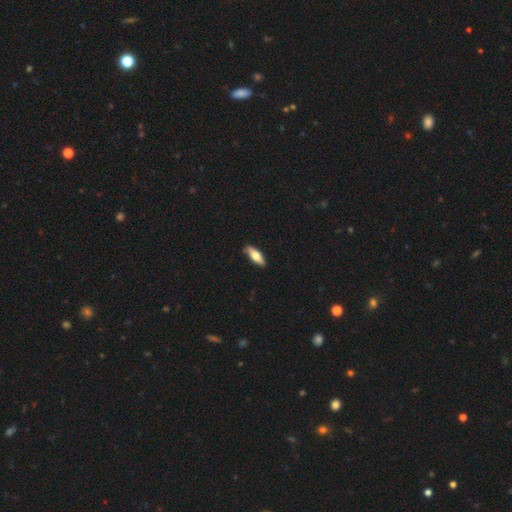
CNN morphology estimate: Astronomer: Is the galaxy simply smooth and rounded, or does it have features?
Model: smooth — 65%.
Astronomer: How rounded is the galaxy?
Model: in between — 59% (runner-up: cigar-shaped, 39%).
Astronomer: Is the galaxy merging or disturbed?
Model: none — 84%.